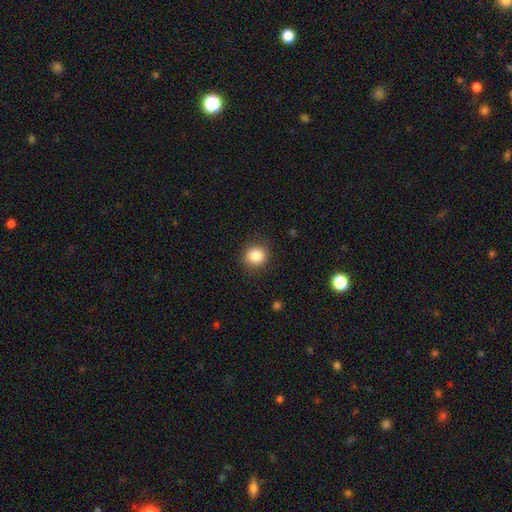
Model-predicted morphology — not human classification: A smooth galaxy with no disk features (85%) that is round (88%). Merging: none (88%).